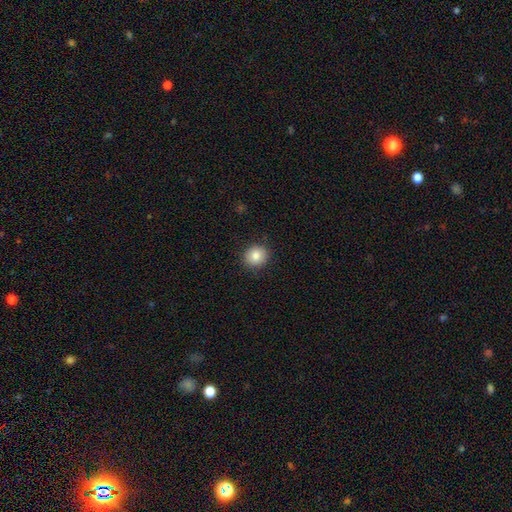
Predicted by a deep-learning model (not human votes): A smooth galaxy with no disk features (85%) that is round (86%).

Vote fractions:
- Smooth or featured? smooth: 85% / star or artifact: 9% / featured or disk: 6%
- How rounded? round: 86% / in between: 13% / cigar-shaped: 1%
- Merging? none: 89% / minor disturbance: 8% / major disturbance: 2% / merger: 1%